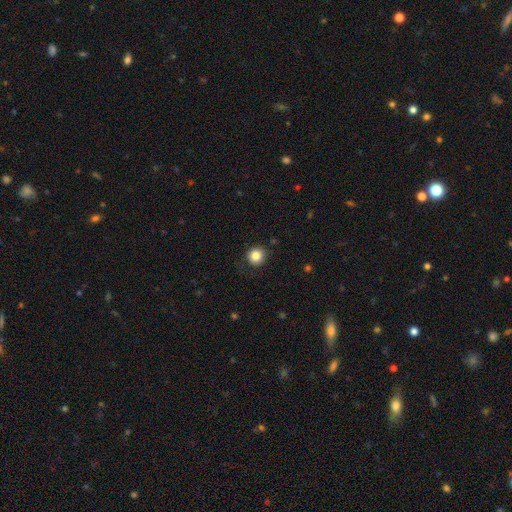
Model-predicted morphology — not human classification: A smooth galaxy with no disk features (84%) that is round (92%).

Vote fractions:
- Smooth or featured? smooth: 84% / star or artifact: 11% / featured or disk: 5%
- How rounded? round: 92% / in between: 7% / cigar-shaped: 1%
- Merging? none: 86% / minor disturbance: 10% / major disturbance: 3% / merger: 1%